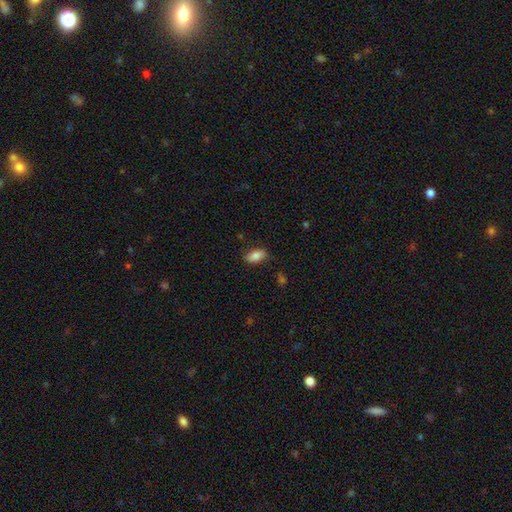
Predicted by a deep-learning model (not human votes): A smooth galaxy with no disk features (81%) that is in between round and cigar-shaped (90%). Merging: none (82%).